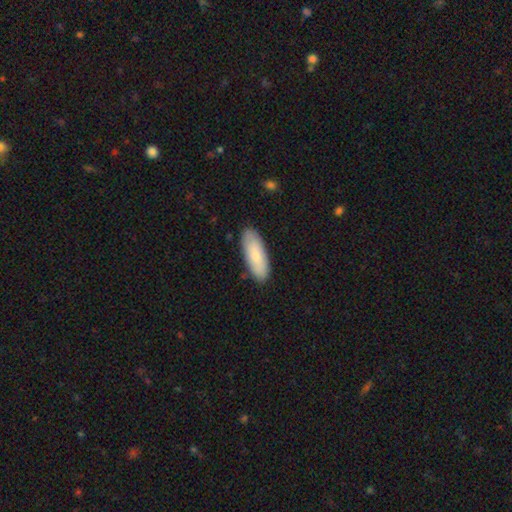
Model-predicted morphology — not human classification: A smooth galaxy with no disk features (83%) that is in between round and cigar-shaped (68%).

Vote fractions:
- Smooth or featured? smooth: 83% / featured or disk: 12% / star or artifact: 5%
- How rounded? in between: 68% / cigar-shaped: 30% / round: 2%
- Merging? none: 87% / minor disturbance: 10% / major disturbance: 2% / merger: 1%